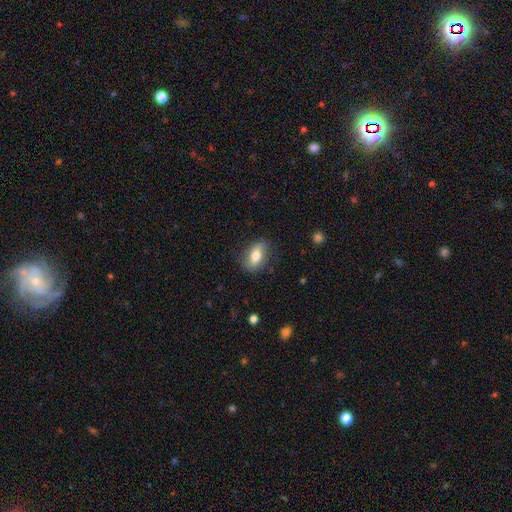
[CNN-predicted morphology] Smooth or featured: smooth — 67% (featured or disk — 26%)
How rounded: in between — 82% (round — 11%)
Merging: none — 79% (minor disturbance — 15%)